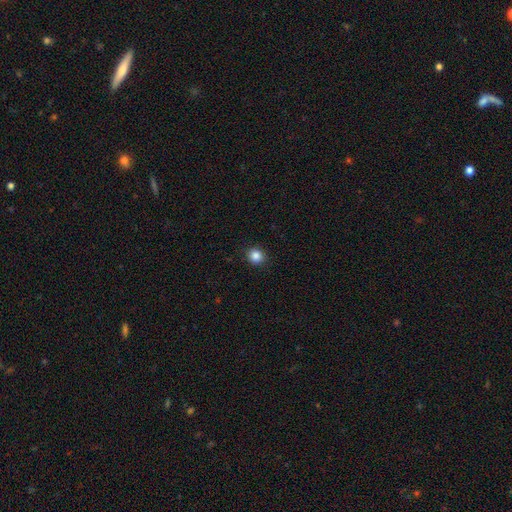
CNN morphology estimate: This appears to be a smooth galaxy with no disk features (86%) that is round (88%). Merging: none (91%).